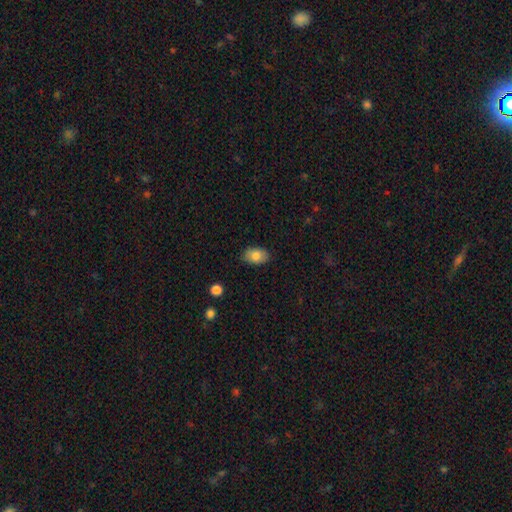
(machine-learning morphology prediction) This is clearly a smooth galaxy (80%). How rounded: clearly in between (87%). Merging: clearly none (86%).